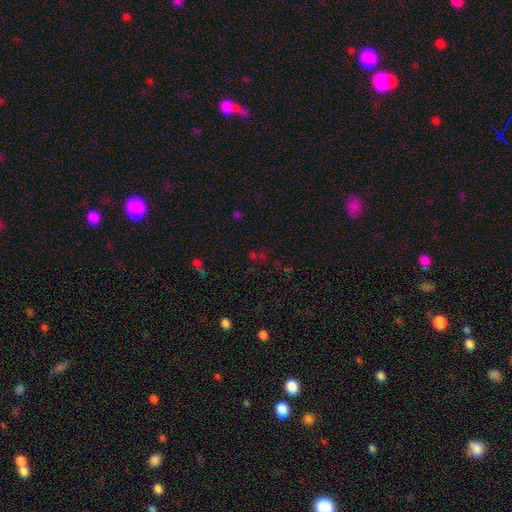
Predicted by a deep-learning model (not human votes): A star or artifact, not a galaxy (55%).